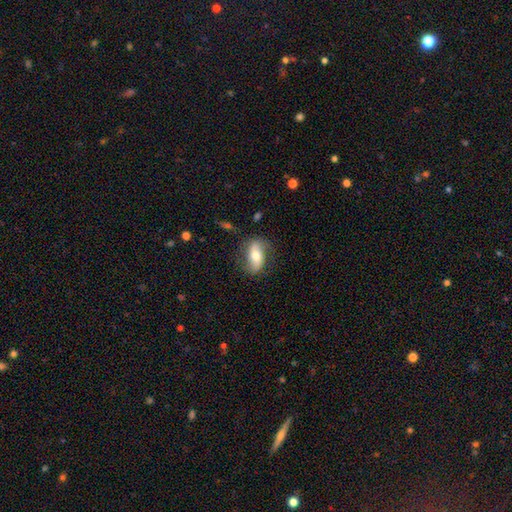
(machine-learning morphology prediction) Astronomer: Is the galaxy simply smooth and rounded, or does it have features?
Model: smooth — 51% (runner-up: featured or disk, 42%).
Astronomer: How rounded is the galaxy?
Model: in between — 85%.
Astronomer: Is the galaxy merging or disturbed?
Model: none — 74%.